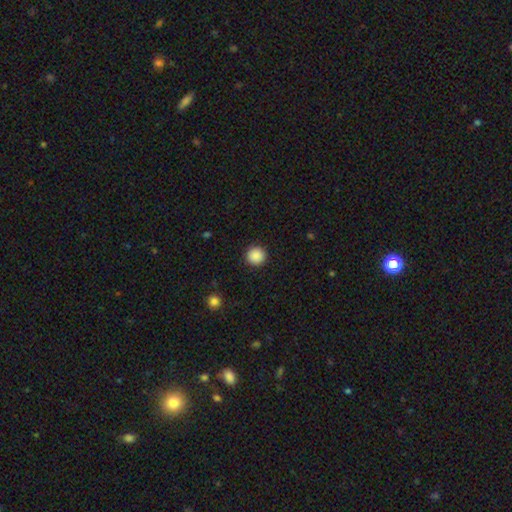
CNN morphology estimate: This appears to be a smooth galaxy with no disk features (88%) that is round (96%). Merging: none (93%).